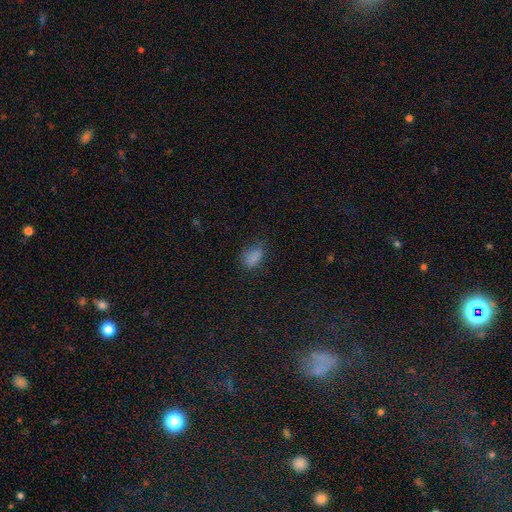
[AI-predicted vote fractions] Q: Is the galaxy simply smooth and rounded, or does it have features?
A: smooth — 77%.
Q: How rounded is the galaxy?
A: in between — 86%.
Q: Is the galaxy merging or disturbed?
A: none — 65%.